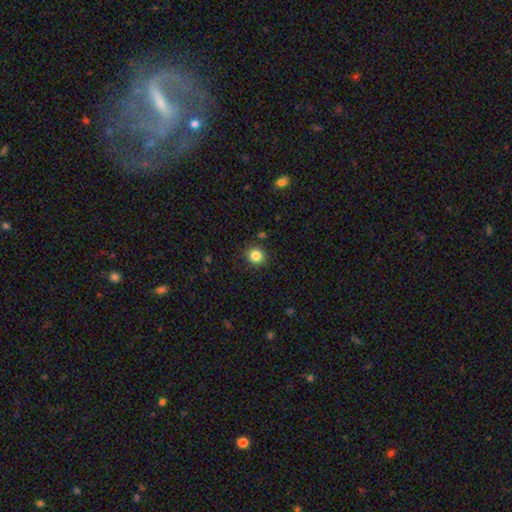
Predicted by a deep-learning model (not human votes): Smooth or featured?
  - smooth: 84% *
  - star or artifact: 11%
  - featured or disk: 5%
How rounded?
  - round: 88% *
  - in between: 11%
  - cigar-shaped: 1%
Merging?
  - none: 88% *
  - minor disturbance: 8%
  - major disturbance: 2%
  - merger: 2%